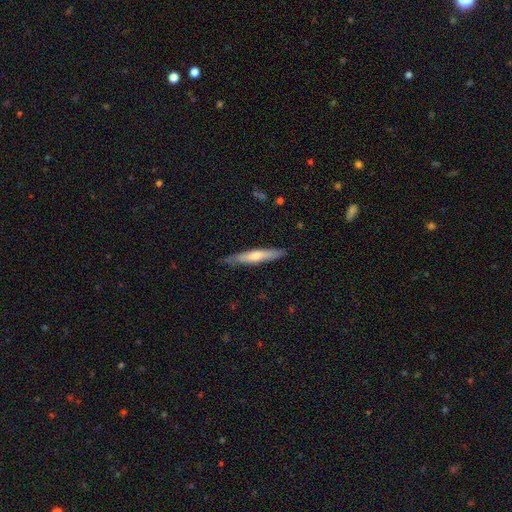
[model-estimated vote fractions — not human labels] Smooth or featured? Predicted: featured or disk (p=0.51). Edge-on disk? Predicted: yes (p=0.89). Merging? Predicted: none (p=0.85).